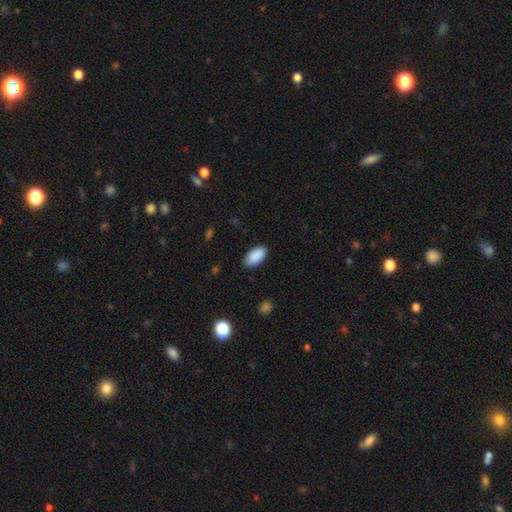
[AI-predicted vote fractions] Smooth or featured? smooth (90%)
How rounded? in between (95%)
Merging? none (84%)